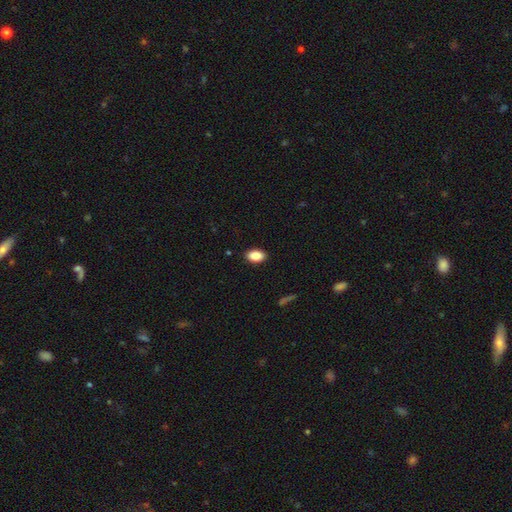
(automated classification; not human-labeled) The model was most divided on "smooth or featured": smooth: 87%, star or artifact: 8%, featured or disk: 5%. More confident: how rounded — in between (92%); merging — none (89%).